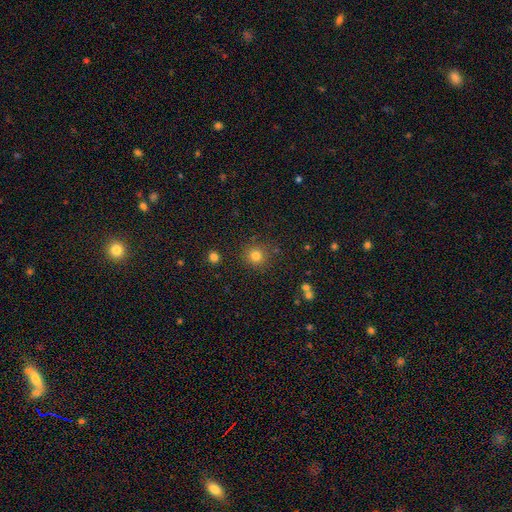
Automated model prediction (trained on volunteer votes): Morphology: type=smooth (81%); roundness=round (93%); merging=none (86%).